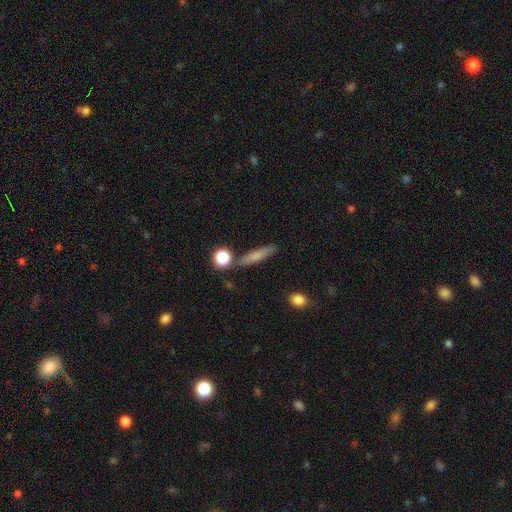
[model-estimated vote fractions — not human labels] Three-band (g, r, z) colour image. It shows a smooth galaxy with no disk features (71%) that is cigar-shaped (81%). Merging: none (80%).